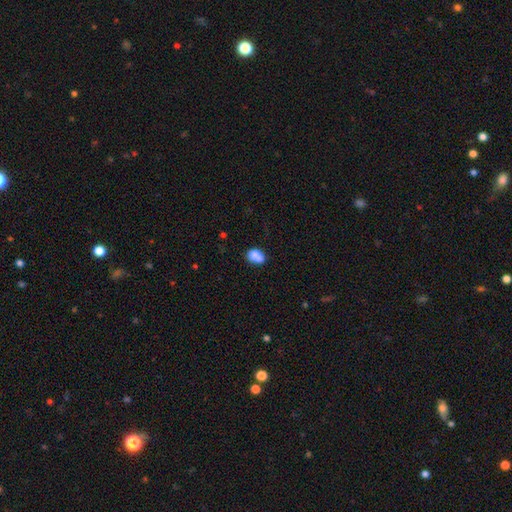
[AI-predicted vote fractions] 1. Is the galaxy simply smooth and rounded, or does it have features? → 82% smooth, 10% star or artifact, 8% featured or disk.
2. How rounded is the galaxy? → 74% in between, 24% round, 2% cigar-shaped.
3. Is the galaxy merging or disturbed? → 51% none, 24% minor disturbance, 18% merger, 7% major disturbance.